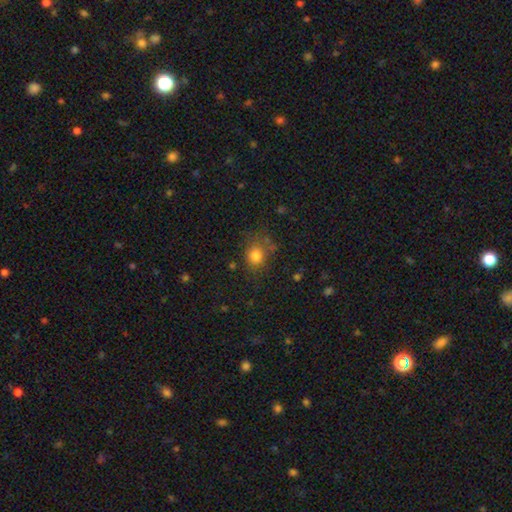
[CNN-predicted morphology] This appears to be a smooth galaxy with no disk features (79%) that is round (68%). Merging: none (67%).